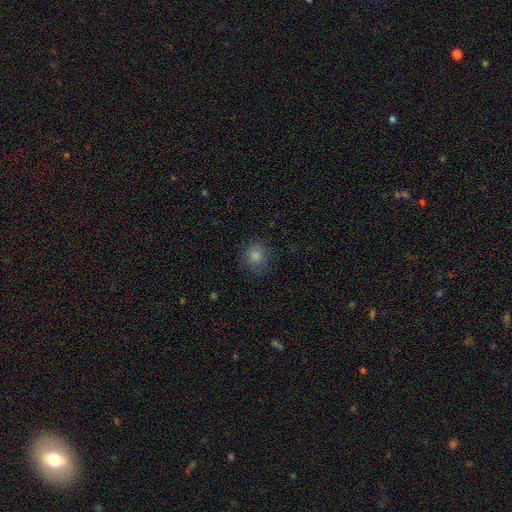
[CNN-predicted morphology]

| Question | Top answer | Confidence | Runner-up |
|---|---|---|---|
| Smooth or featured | smooth | 85% | star or artifact (11%) |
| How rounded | round | 85% | in between (14%) |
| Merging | none | 83% | minor disturbance (12%) |